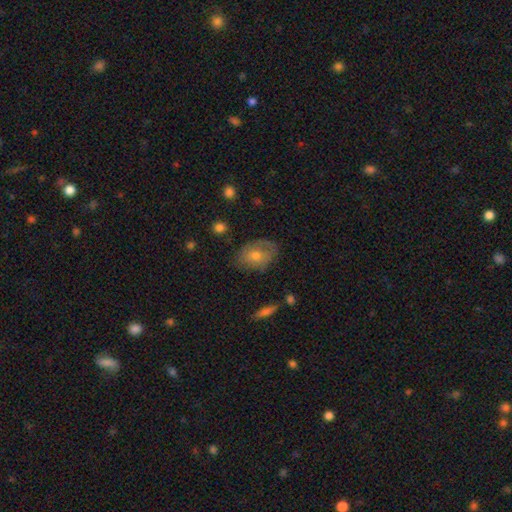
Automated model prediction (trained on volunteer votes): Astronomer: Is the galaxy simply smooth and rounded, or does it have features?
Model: smooth — 58% (runner-up: featured or disk, 34%).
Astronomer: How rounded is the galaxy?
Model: in between — 77%.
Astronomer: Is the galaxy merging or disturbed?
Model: none — 62%.